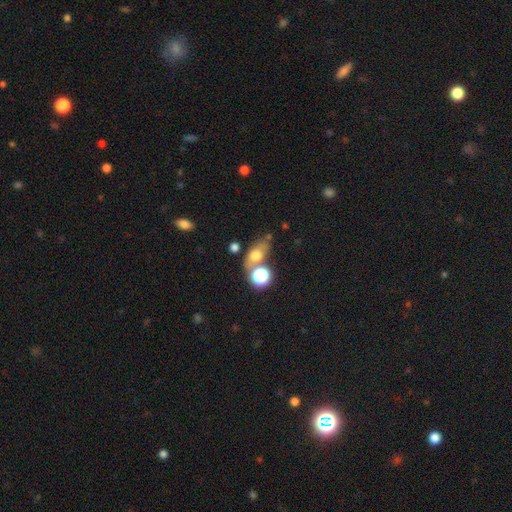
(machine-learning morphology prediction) smooth-or-featured: smooth: 62% | featured or disk: 20% | star or artifact: 18%
  how-rounded: in between: 65% | round: 27% | cigar-shaped: 8%
  merging: none: 53% | merger: 24% | minor disturbance: 15% | major disturbance: 8%